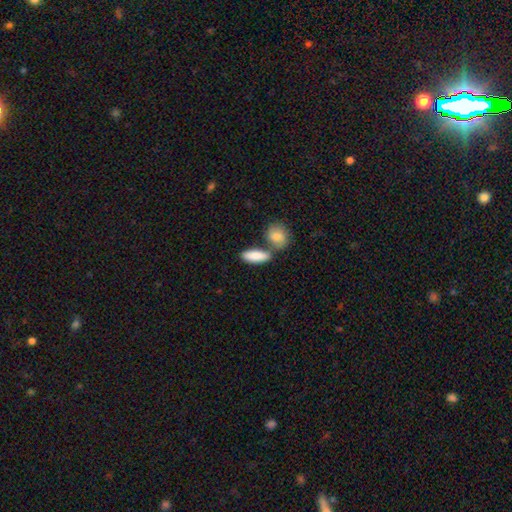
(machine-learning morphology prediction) This appears to be a smooth galaxy with no disk features (86%) that is in between round and cigar-shaped (71%). Merging: none (53%).